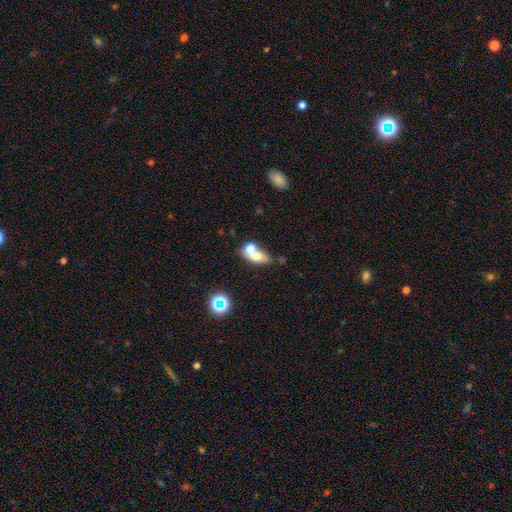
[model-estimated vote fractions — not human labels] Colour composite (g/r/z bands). It shows a smooth galaxy with no disk features (68%) that is in between round and cigar-shaped (64%). Merging: merger (57%).